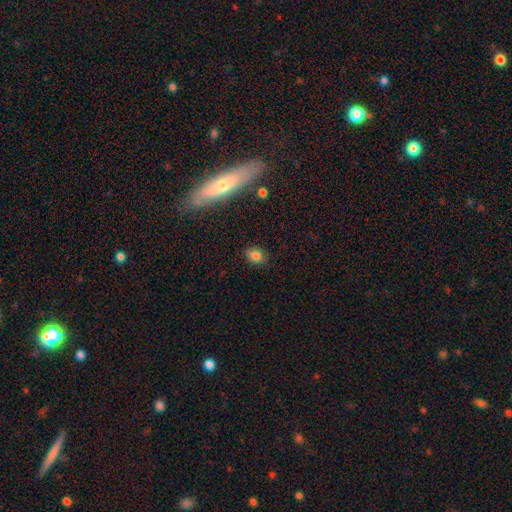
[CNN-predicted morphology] This is clearly a smooth galaxy (80%). How rounded: possibly in between (50%). Merging: clearly none (86%).